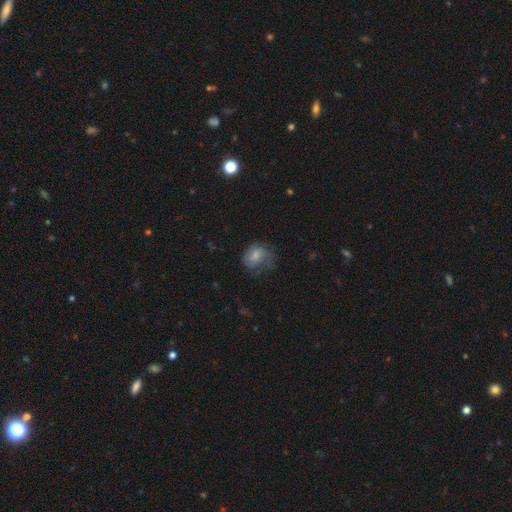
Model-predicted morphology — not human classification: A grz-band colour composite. It shows a smooth galaxy with no disk features (54%) that is round (51%). Merging: none (44%).